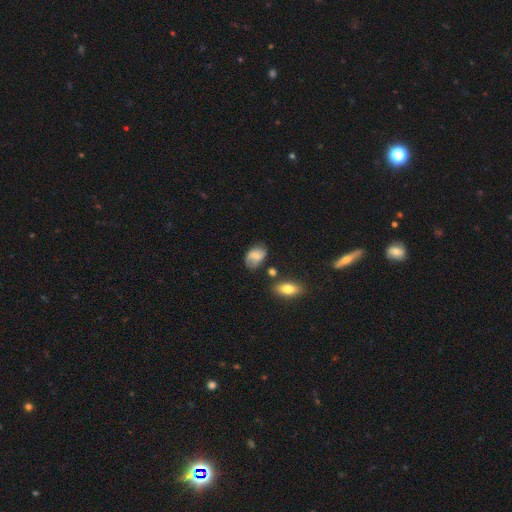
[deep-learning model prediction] smooth 65%, featured or disk 26%, star or artifact 9%. Down the decision tree: how rounded — in between (84%); merging — none (60%).